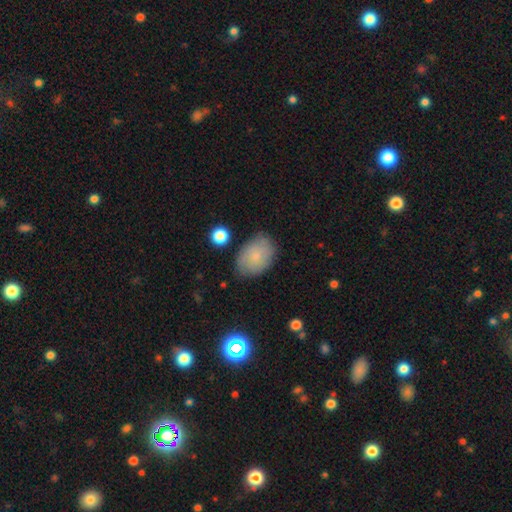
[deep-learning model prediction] Q: Smooth or featured?
A: smooth (70%); runner-up: featured or disk (22%)
Q: How rounded?
A: in between (82%); runner-up: round (17%)
Q: Merging?
A: none (75%); runner-up: minor disturbance (19%)